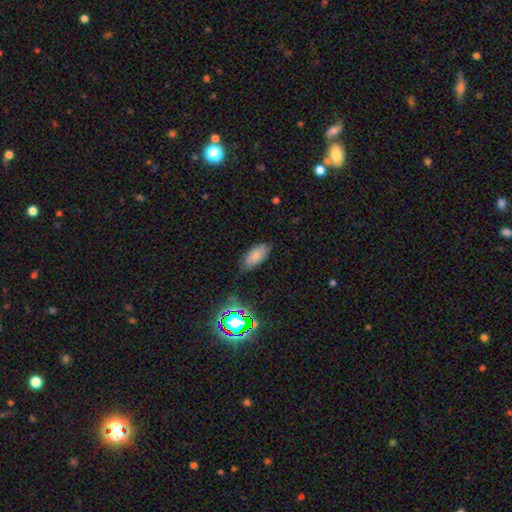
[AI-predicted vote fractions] The model was most divided on "merging": none: 78%, minor disturbance: 17%, major disturbance: 4%, merger: 2%. More confident: how rounded — in between (90%); smooth or featured — smooth (77%).